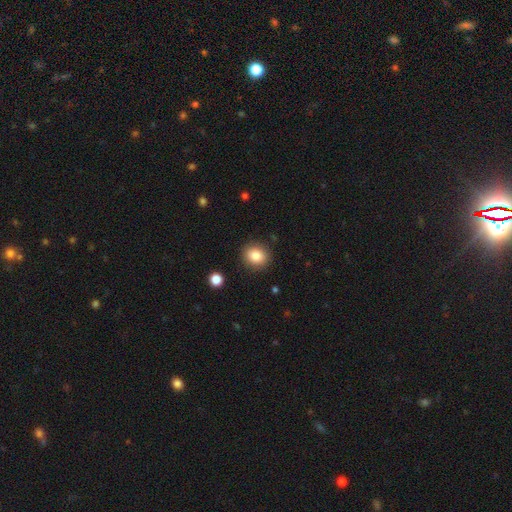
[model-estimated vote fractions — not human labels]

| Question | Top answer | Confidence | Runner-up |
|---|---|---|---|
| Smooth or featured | smooth | 83% | star or artifact (10%) |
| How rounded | round | 77% | in between (22%) |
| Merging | none | 89% | minor disturbance (8%) |